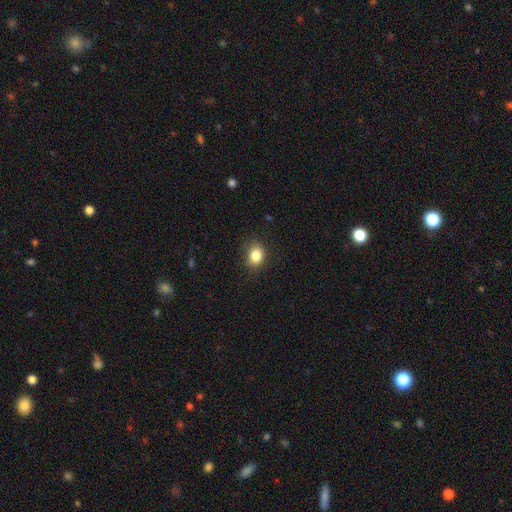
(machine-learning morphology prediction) smooth-or-featured: smooth: 84% | star or artifact: 10% | featured or disk: 6%
  how-rounded: in between: 51% | round: 48% | cigar-shaped: 1%
  merging: none: 82% | minor disturbance: 14% | major disturbance: 3% | merger: 1%